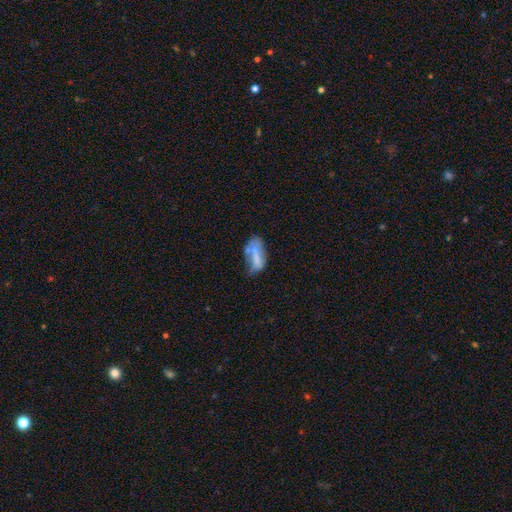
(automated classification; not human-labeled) A smooth galaxy with no disk features (55%) that is in between round and cigar-shaped (86%).

Vote fractions:
- Smooth or featured? smooth: 55% / featured or disk: 36% / star or artifact: 9%
- How rounded? in between: 86% / cigar-shaped: 11% / round: 4%
- Merging? none: 28% / minor disturbance: 27% / major disturbance: 24% / merger: 20%